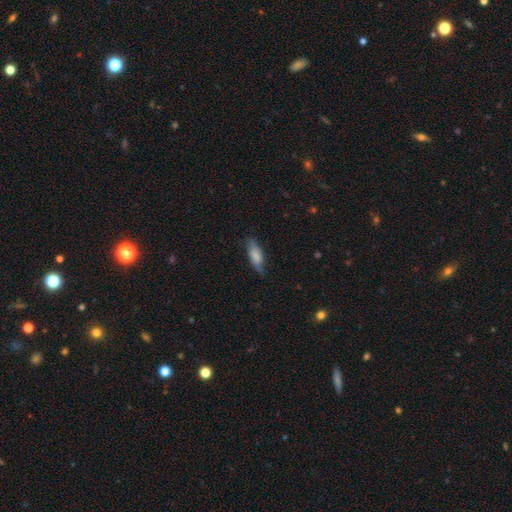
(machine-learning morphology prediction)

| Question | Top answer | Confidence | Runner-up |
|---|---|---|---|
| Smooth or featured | smooth | 73% | featured or disk (21%) |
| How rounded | in between | 65% | cigar-shaped (32%) |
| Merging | none | 70% | minor disturbance (24%) |